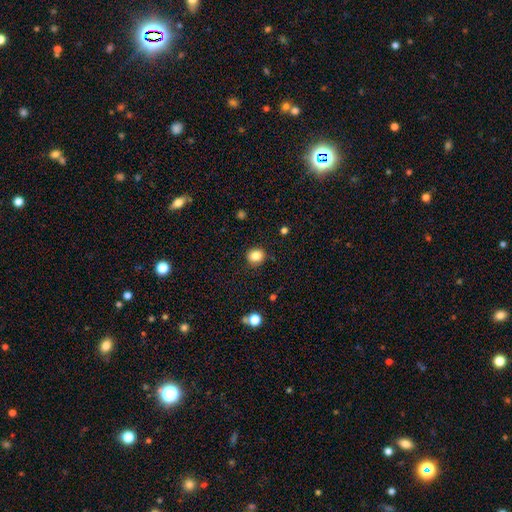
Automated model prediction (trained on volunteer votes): Overall: smooth (84%). How rounded: round (78%). Merging: none (88%).